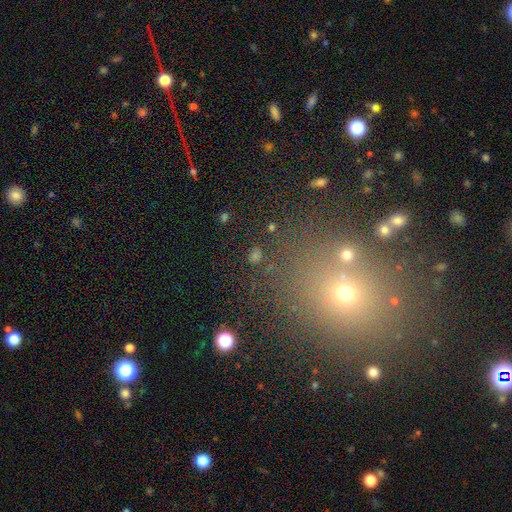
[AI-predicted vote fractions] Morphology: type=smooth (52%); roundness=round (60%); merging=none (76%).